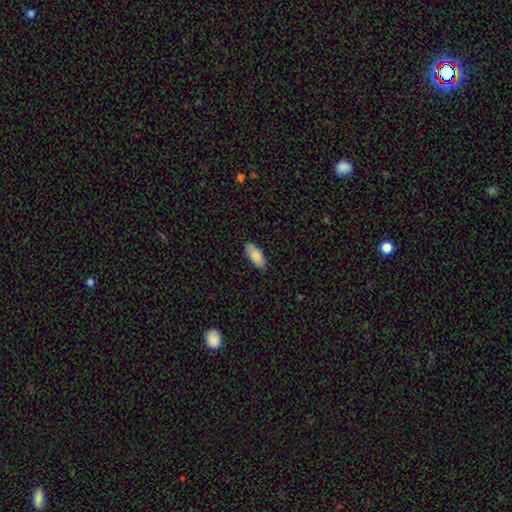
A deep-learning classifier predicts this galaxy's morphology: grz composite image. It shows a smooth galaxy with no disk features (87%) that is in between round and cigar-shaped (84%). Merging: none (87%).